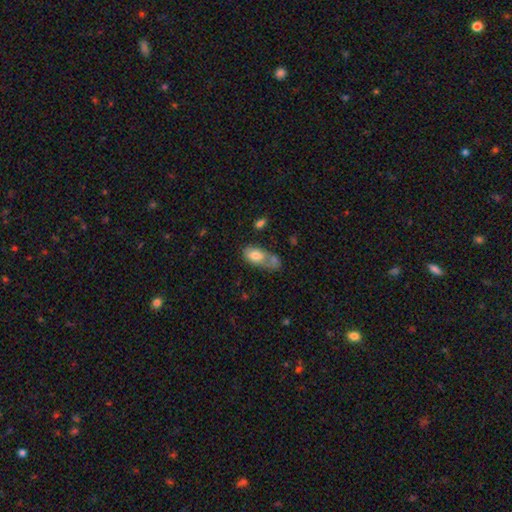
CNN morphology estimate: Smooth or featured: smooth — 72% (featured or disk — 20%)
How rounded: in between — 88% (round — 7%)
Merging: merger — 38% (none — 23%)